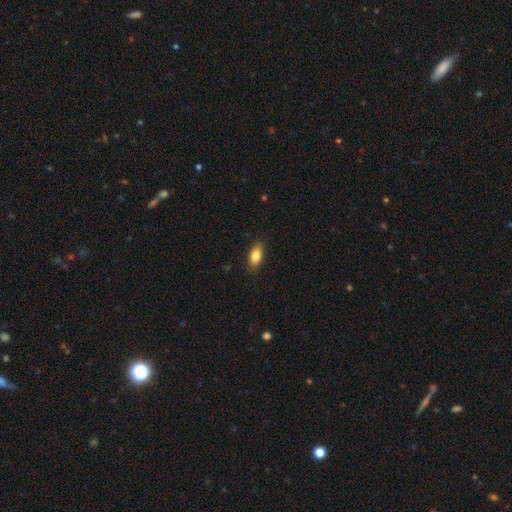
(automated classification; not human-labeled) Smooth or featured?
  - smooth: 83% *
  - featured or disk: 10%
  - star or artifact: 7%
How rounded?
  - in between: 88% *
  - cigar-shaped: 7%
  - round: 5%
Merging?
  - none: 87% *
  - minor disturbance: 10%
  - major disturbance: 2%
  - merger: 1%